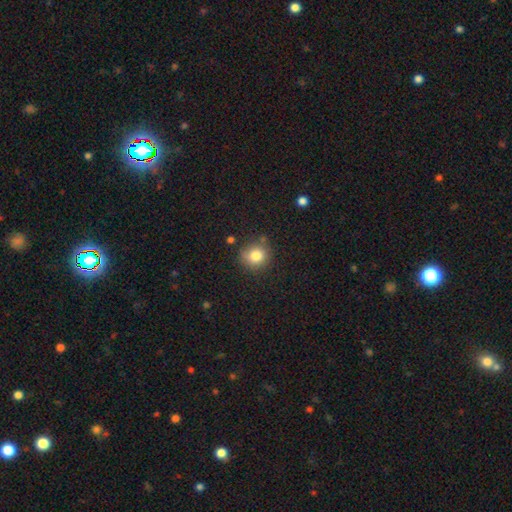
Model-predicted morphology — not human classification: Smooth or featured? smooth (82%)
How rounded? round (86%)
Merging? none (80%)